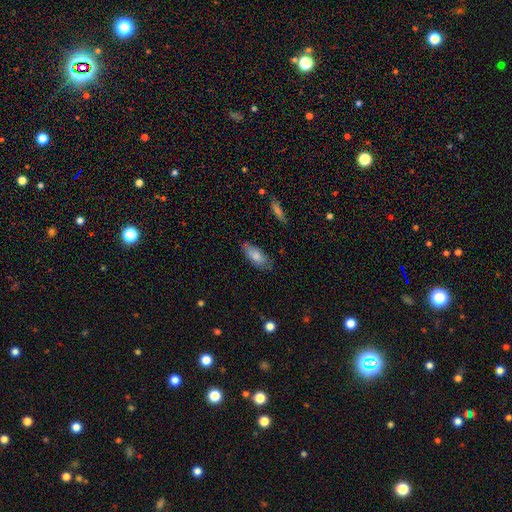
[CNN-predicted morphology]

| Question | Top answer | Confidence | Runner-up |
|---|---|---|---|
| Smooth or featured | smooth | 76% | featured or disk (17%) |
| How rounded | in between | 75% | cigar-shaped (23%) |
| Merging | none | 72% | minor disturbance (21%) |